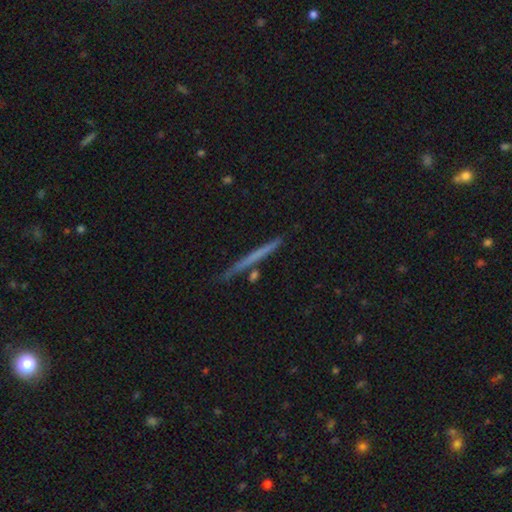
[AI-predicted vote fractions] Smooth or featured: smooth — 49% (featured or disk — 45%)
Merging: none — 87% (minor disturbance — 9%)